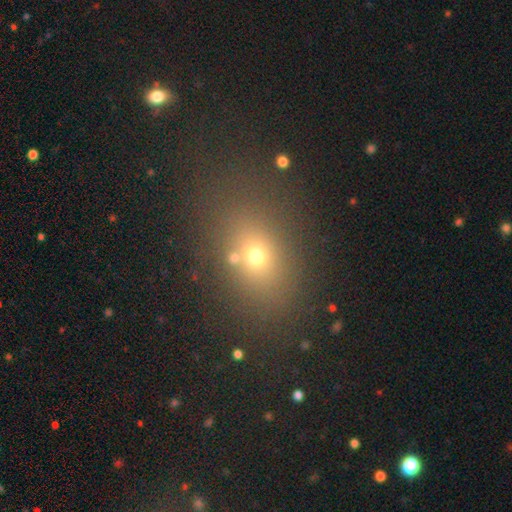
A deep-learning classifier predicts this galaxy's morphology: smooth-or-featured: smooth: 63% | star or artifact: 23% | featured or disk: 14%
  how-rounded: in between: 60% | round: 37% | cigar-shaped: 2%
  merging: none: 74% | minor disturbance: 12% | major disturbance: 7% | merger: 7%